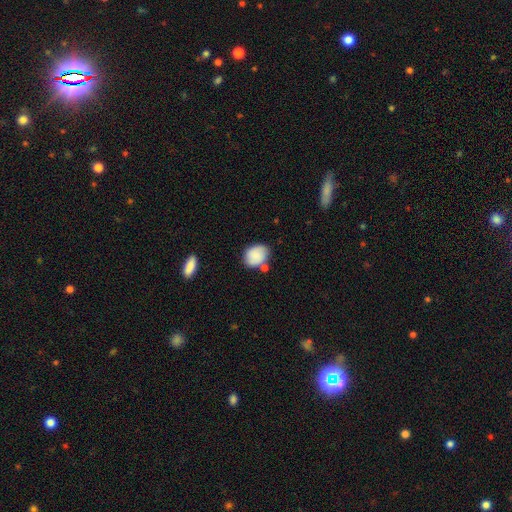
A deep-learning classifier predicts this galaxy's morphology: smooth 83%, featured or disk 10%, star or artifact 7%. Down the decision tree: how rounded — in between (60%); merging — none (64%).